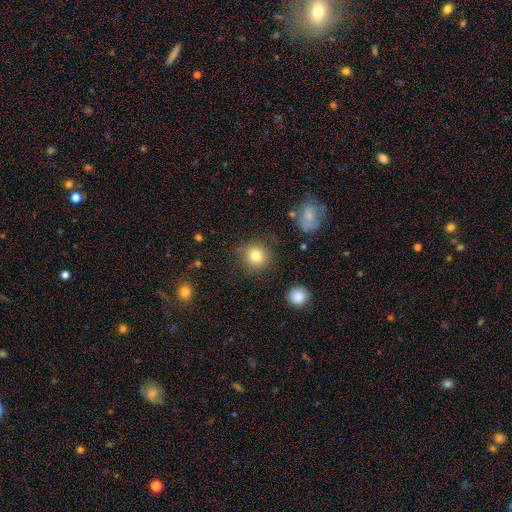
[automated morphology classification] Overall: smooth (81%). How rounded: round (91%). Merging: none (84%).